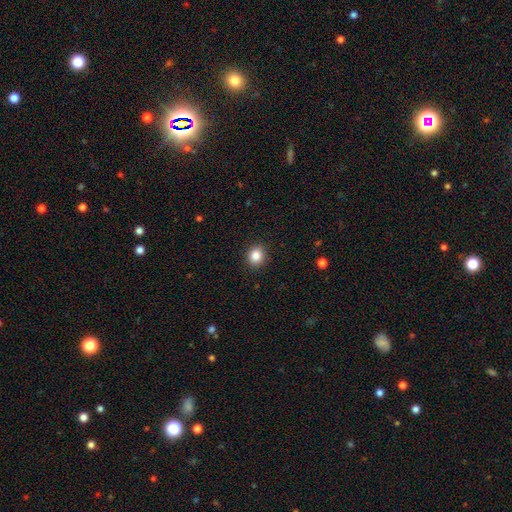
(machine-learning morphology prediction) Overall: smooth (86%). How rounded: round (78%). Merging: none (91%).